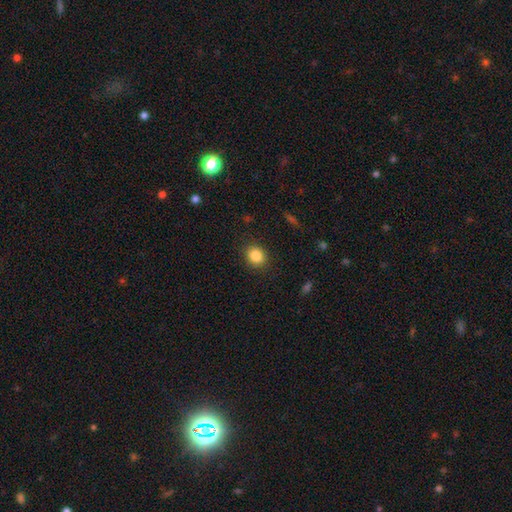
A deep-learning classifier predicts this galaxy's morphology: Q: Smooth or featured?
A: smooth (85%); runner-up: star or artifact (10%)
Q: How rounded?
A: round (72%); runner-up: in between (27%)
Q: Merging?
A: none (88%); runner-up: minor disturbance (8%)